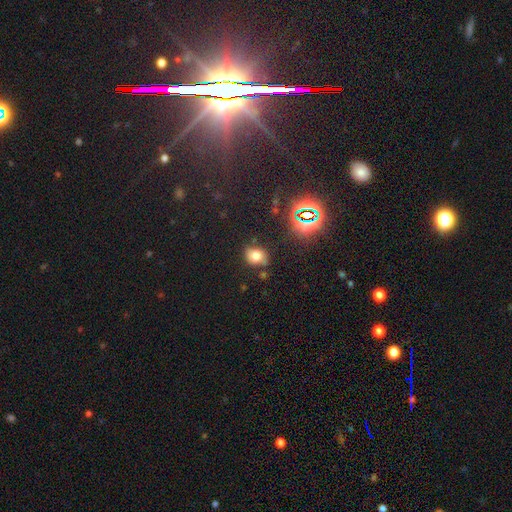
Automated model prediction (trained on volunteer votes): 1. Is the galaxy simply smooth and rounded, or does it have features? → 67% smooth, 21% star or artifact, 12% featured or disk.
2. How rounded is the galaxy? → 55% round, 43% in between, 1% cigar-shaped.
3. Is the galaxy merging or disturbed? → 67% none, 21% minor disturbance, 7% merger, 6% major disturbance.